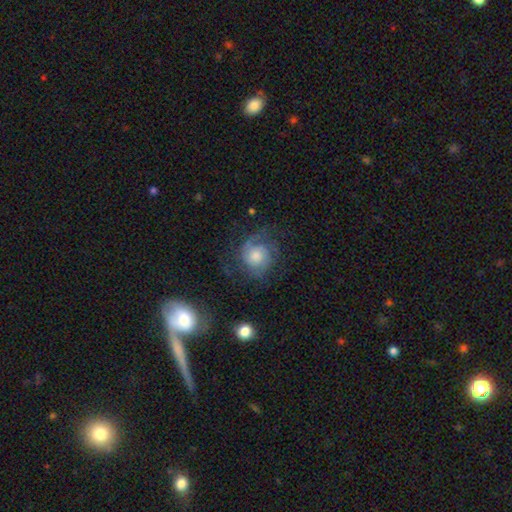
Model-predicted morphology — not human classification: This is likely a featured or disk galaxy (67%). It is clearly not viewed edge-on (97%). Bar: likely no (74%). Spiral arm pattern: clearly yes (92%). Spiral arm count: marginally 2 (39%). Spiral winding: marginally tight (43%). Central bulge: possibly moderate (53%). Merging: likely none (63%).